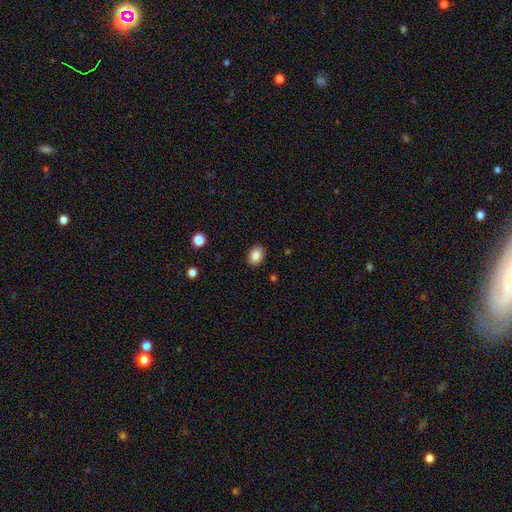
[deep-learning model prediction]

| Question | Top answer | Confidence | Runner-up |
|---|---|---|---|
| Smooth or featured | smooth | 86% | star or artifact (9%) |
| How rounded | in between | 76% | round (23%) |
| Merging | none | 88% | minor disturbance (8%) |